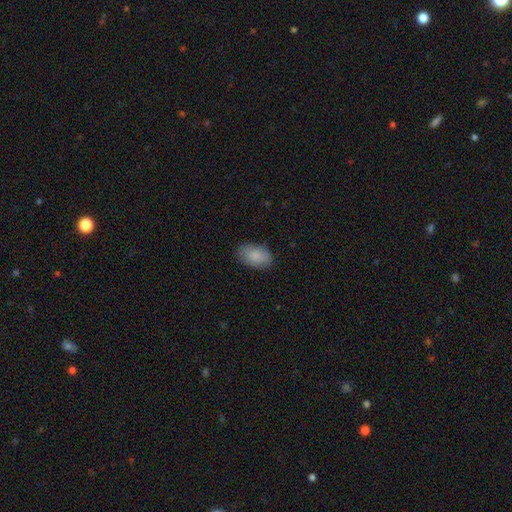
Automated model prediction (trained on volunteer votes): Smooth or featured? smooth (87%)
How rounded? in between (89%)
Merging? none (84%)